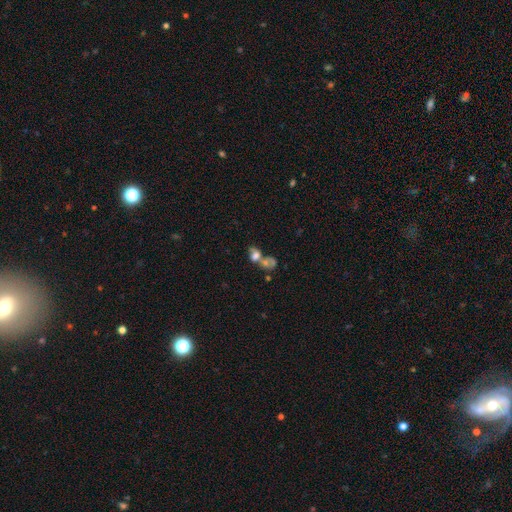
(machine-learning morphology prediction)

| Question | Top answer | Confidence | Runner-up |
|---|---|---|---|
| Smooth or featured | smooth | 55% | featured or disk (30%) |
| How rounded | in between | 60% | round (38%) |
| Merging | merger | 68% | none (15%) |